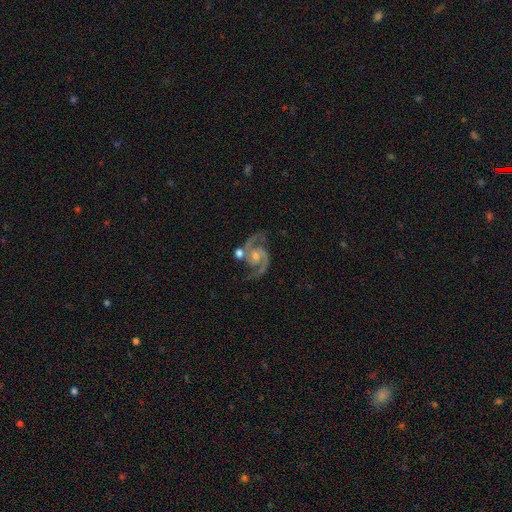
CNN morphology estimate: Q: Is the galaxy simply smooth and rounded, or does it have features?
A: featured or disk — 92%.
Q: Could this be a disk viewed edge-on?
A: no — 98%.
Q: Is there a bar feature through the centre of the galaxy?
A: no — 62%.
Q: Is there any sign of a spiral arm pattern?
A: yes — 98%.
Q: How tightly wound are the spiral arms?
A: medium — 63%.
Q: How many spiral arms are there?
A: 2 — 93%.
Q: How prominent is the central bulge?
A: small — 49%.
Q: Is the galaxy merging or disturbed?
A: none — 66%.